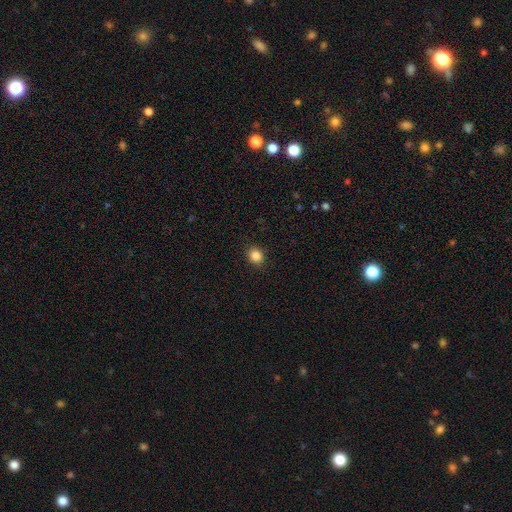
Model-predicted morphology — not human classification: smooth-or-featured: smooth: 86% | star or artifact: 10% | featured or disk: 4%
  how-rounded: round: 73% | in between: 26% | cigar-shaped: 1%
  merging: none: 91% | minor disturbance: 6% | major disturbance: 2% | merger: 1%